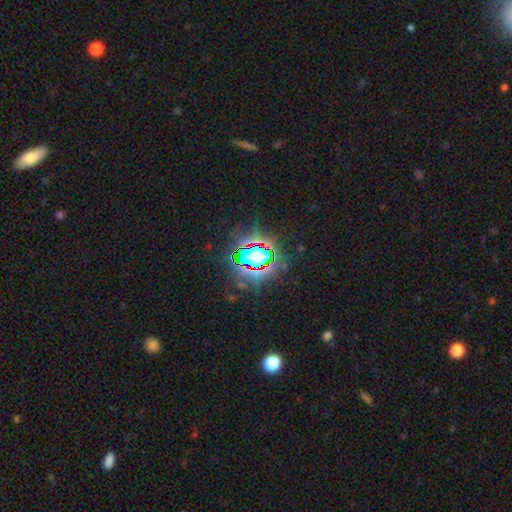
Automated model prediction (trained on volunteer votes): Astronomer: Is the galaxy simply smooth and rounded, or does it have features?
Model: star or artifact — 81%.